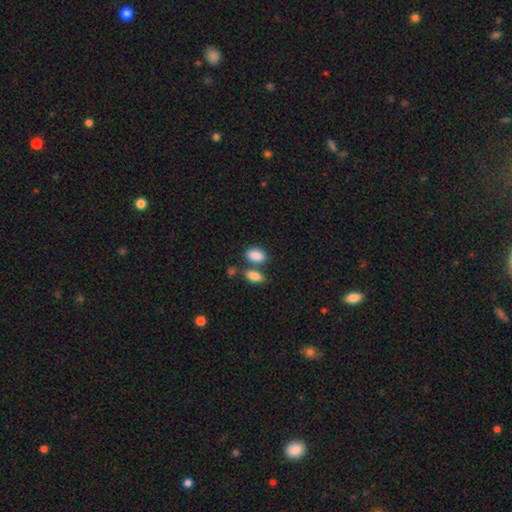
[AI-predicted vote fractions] A smooth galaxy with no disk features (87%) that is in between round and cigar-shaped (90%). Merging: none (58%).